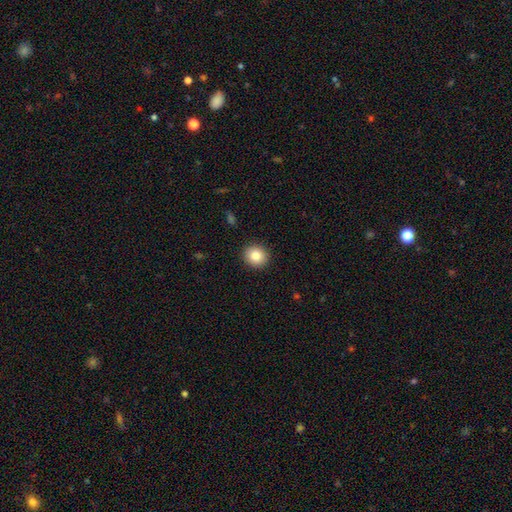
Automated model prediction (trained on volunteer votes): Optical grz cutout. It shows a smooth galaxy with no disk features (84%) that is round (85%). Merging: none (92%).